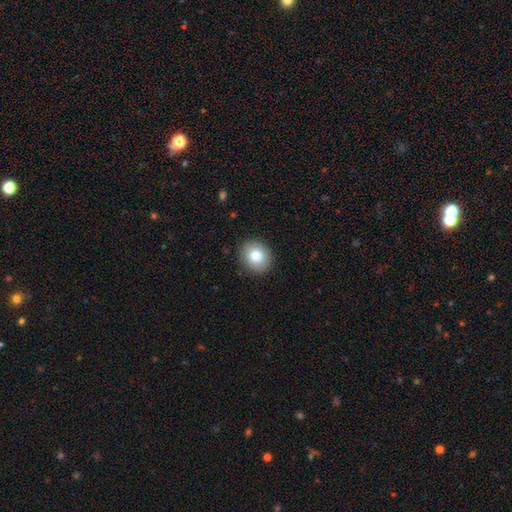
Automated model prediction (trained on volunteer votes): Smooth or featured?
  - smooth: 79% *
  - featured or disk: 12%
  - star or artifact: 9%
How rounded?
  - round: 82% *
  - in between: 17%
  - cigar-shaped: 1%
Merging?
  - none: 91% *
  - minor disturbance: 6%
  - major disturbance: 2%
  - merger: 1%